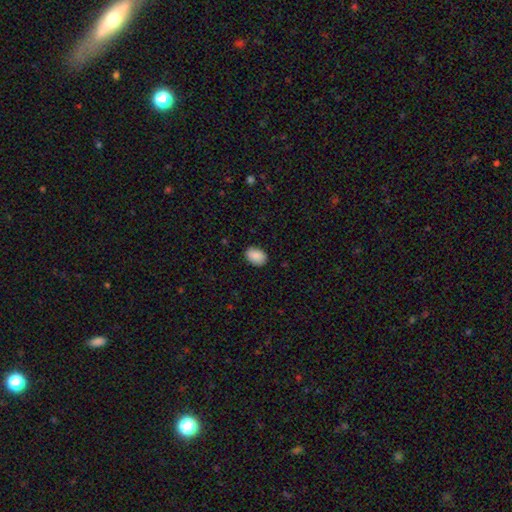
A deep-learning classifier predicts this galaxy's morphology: Smooth or featured: smooth — 88% (star or artifact — 7%)
How rounded: in between — 80% (round — 19%)
Merging: none — 87% (minor disturbance — 10%)